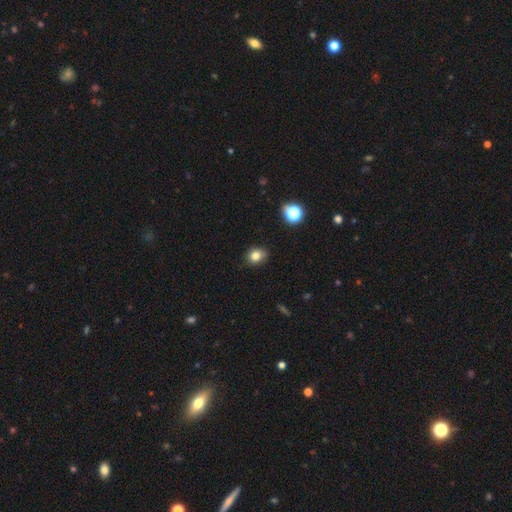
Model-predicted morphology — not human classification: Smooth or featured?
  - smooth: 81% *
  - star or artifact: 13%
  - featured or disk: 7%
How rounded?
  - round: 56% *
  - in between: 43%
  - cigar-shaped: 1%
Merging?
  - none: 85% *
  - minor disturbance: 12%
  - major disturbance: 2%
  - merger: 1%